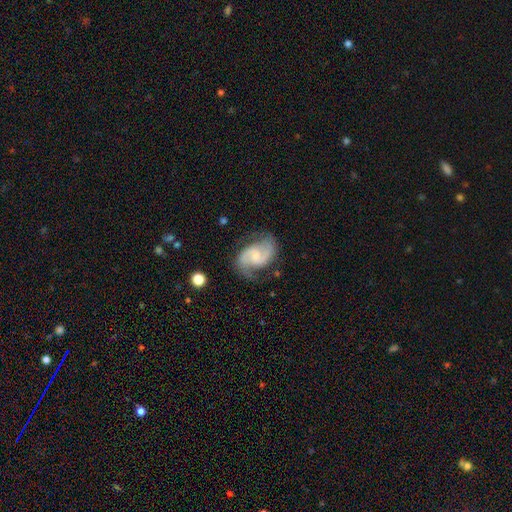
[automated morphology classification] This is clearly a featured or disk galaxy (87%). It is clearly not viewed edge-on (98%). Bar: possibly weak (48%). Spiral arm pattern: clearly yes (97%). Spiral arm count: clearly 2 (92%). Spiral winding: possibly medium (56%). Central bulge: possibly small (50%). Merging: likely none (74%).